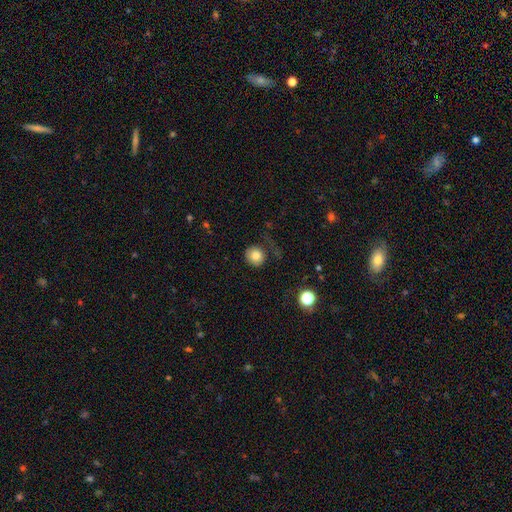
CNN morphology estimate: Smooth or featured: smooth — 79% (star or artifact — 11%)
How rounded: round — 89% (in between — 10%)
Merging: none — 71% (minor disturbance — 16%)